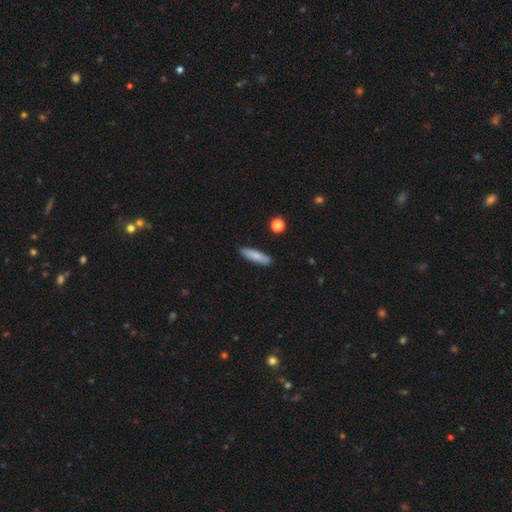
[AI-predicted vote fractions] Overall: smooth (79%). How rounded: cigar-shaped (67%; in between 31%). Merging: none (85%).